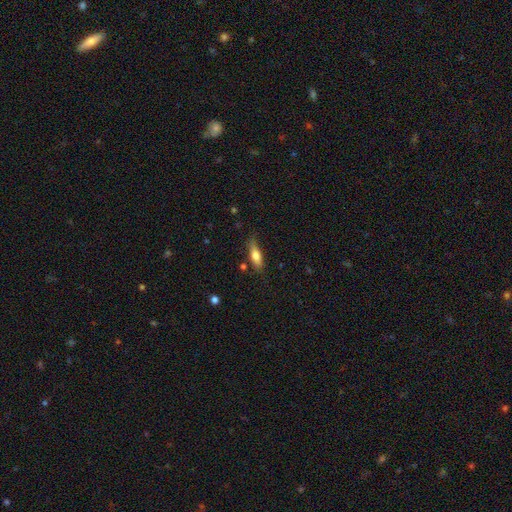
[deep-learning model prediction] Smooth or featured? smooth (69%)
How rounded? in between (50%)
Merging? none (67%)